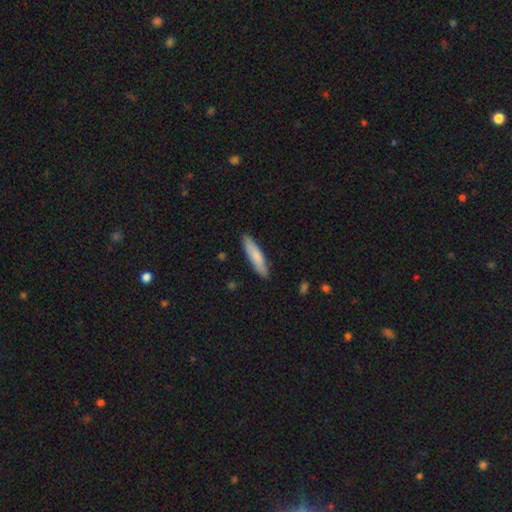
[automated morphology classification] Smooth or featured?
  - smooth: 78% *
  - featured or disk: 17%
  - star or artifact: 5%
How rounded?
  - cigar-shaped: 79% *
  - in between: 19%
  - round: 1%
Merging?
  - none: 88% *
  - minor disturbance: 9%
  - major disturbance: 2%
  - merger: 1%